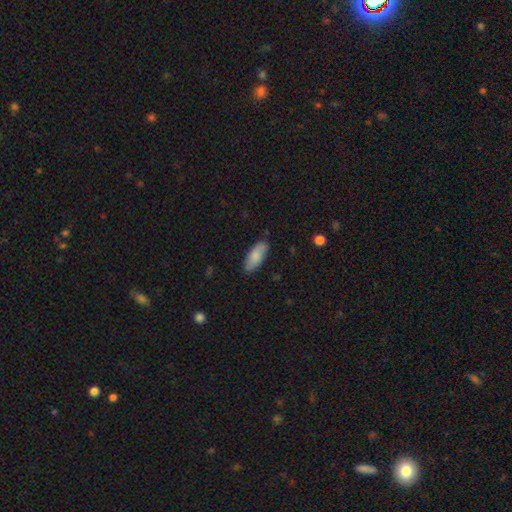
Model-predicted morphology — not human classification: This appears to be a smooth galaxy with no disk features (83%) that is in between round and cigar-shaped (82%). Merging: none (84%).